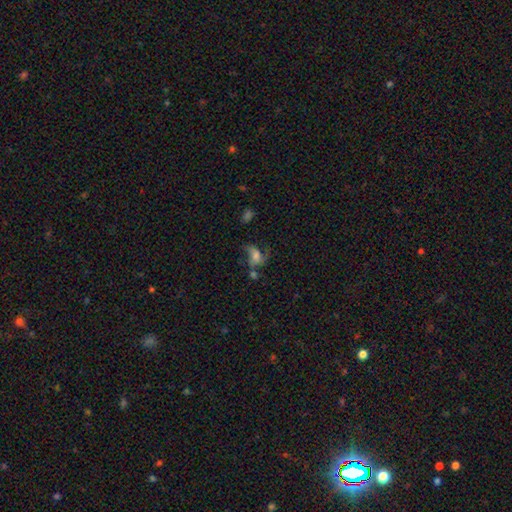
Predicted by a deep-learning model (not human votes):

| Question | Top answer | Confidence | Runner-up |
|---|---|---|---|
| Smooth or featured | featured or disk | 50% | smooth (36%) |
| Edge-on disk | no | 96% | yes (4%) |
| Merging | major disturbance | 34% | none (32%) |